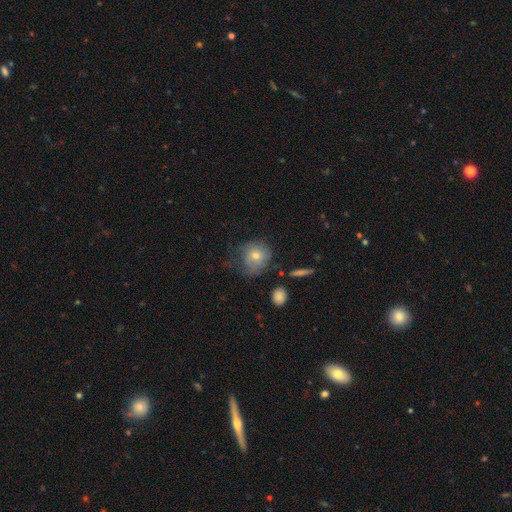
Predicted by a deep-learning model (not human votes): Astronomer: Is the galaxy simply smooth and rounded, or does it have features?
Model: smooth — 67%.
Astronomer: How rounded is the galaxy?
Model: round — 80%.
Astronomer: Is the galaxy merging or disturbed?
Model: none — 45% (runner-up: minor disturbance, 29%).